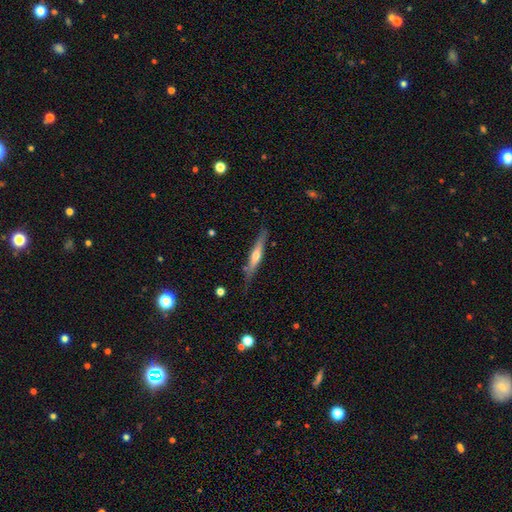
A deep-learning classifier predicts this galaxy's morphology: A featured or disk galaxy (57%) viewed edge-on (94%) with a rounded central bulge (80%). Merging: none (78%).